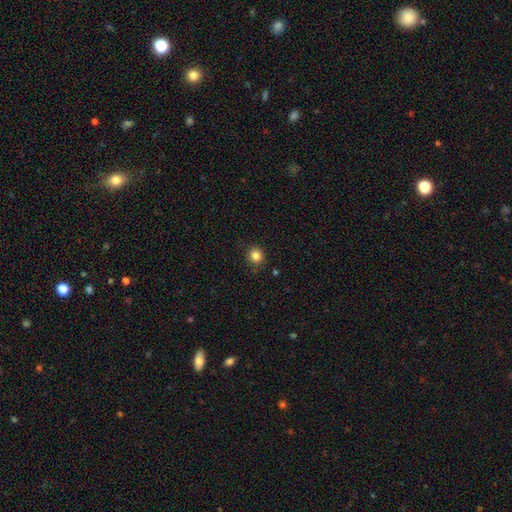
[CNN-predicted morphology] A smooth galaxy with no disk features (83%) that is round (88%).

Vote fractions:
- Smooth or featured? smooth: 83% / star or artifact: 12% / featured or disk: 5%
- How rounded? round: 88% / in between: 11% / cigar-shaped: 1%
- Merging? none: 88% / minor disturbance: 8% / major disturbance: 2% / merger: 1%